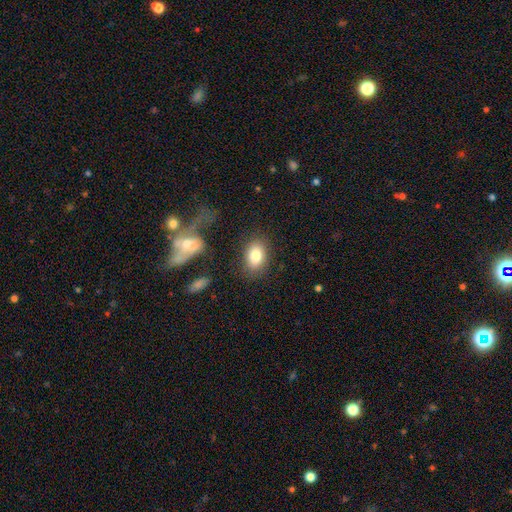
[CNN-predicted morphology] smooth 82%, featured or disk 10%, star or artifact 8%. Down the decision tree: how rounded — in between (80%); merging — none (81%).